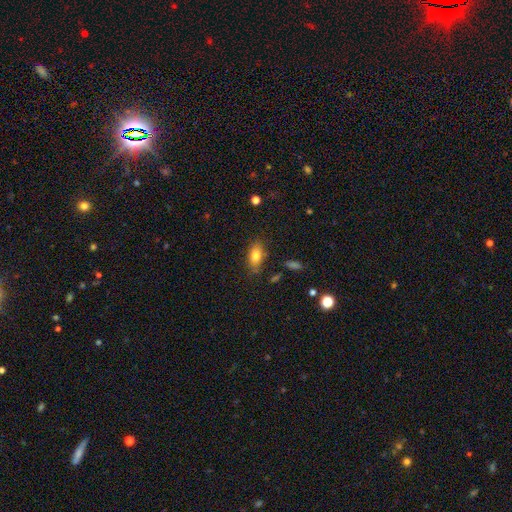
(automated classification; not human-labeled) smooth_or_featured: smooth (p=0.81) [alt: featured or disk p=0.10]
how_rounded: in between (p=0.86) [alt: round p=0.08]
merging: none (p=0.77) [alt: minor disturbance p=0.16]